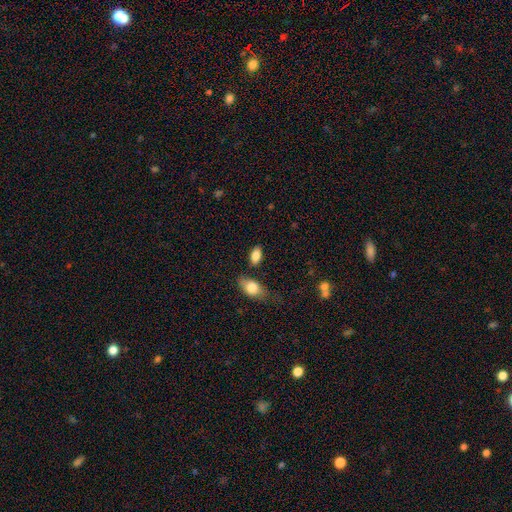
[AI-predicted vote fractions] Smooth or featured? smooth (84%)
How rounded? in between (90%)
Merging? none (77%)